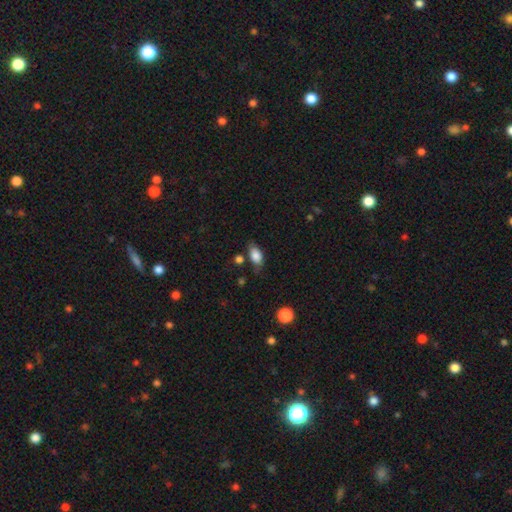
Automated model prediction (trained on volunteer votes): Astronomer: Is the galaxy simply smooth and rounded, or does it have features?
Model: smooth — 81%.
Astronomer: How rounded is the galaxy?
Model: in between — 89%.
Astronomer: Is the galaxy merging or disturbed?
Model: none — 63%.